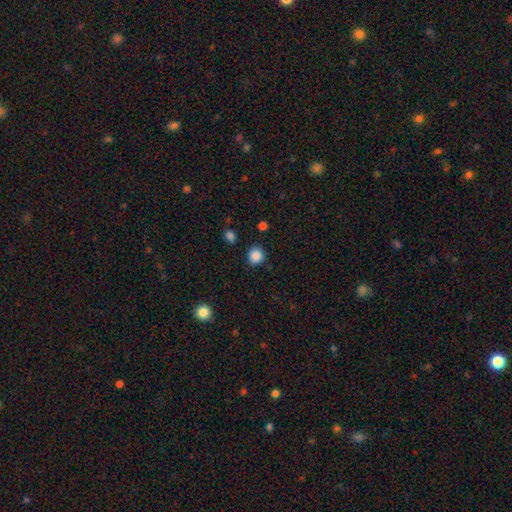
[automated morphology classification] smooth_or_featured: smooth (p=0.87) [alt: star or artifact p=0.10]
how_rounded: round (p=0.88) [alt: in between p=0.11]
merging: none (p=0.87) [alt: minor disturbance p=0.08]